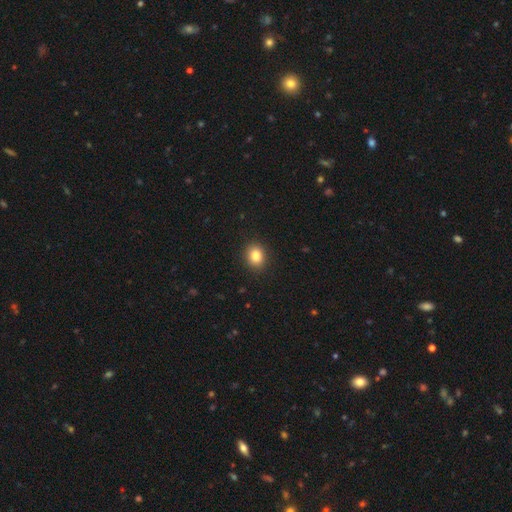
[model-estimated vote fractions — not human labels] smooth_or_featured: smooth (p=0.83) [alt: star or artifact p=0.10]
how_rounded: round (p=0.65) [alt: in between p=0.34]
merging: none (p=0.91) [alt: minor disturbance p=0.06]